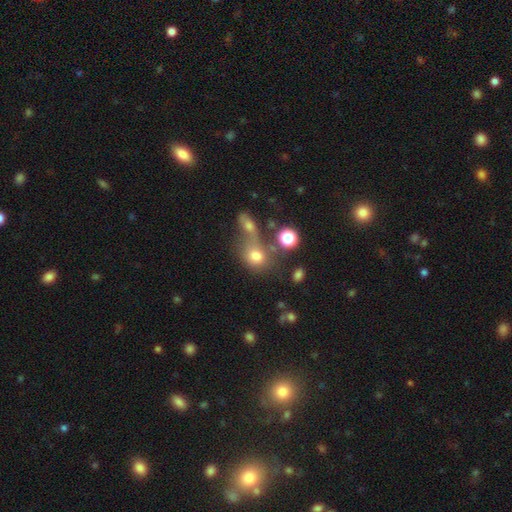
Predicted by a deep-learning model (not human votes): The model was most divided on "merging": merger: 44%, none: 34%, minor disturbance: 11%, major disturbance: 10%. More confident: smooth or featured — smooth (72%); how rounded — round (61%).